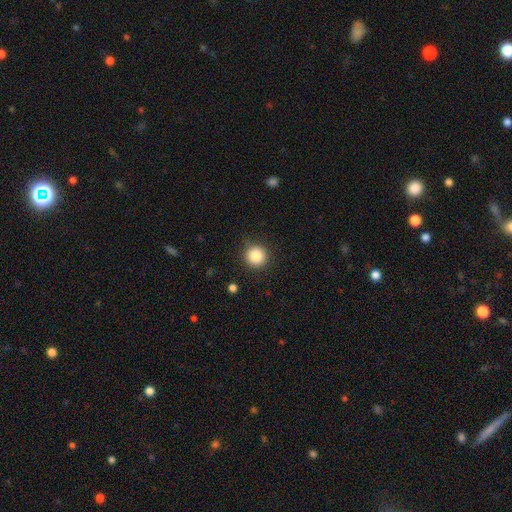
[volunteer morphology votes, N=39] type=smooth (90%); roundness=round (94%); merging=none (87%).